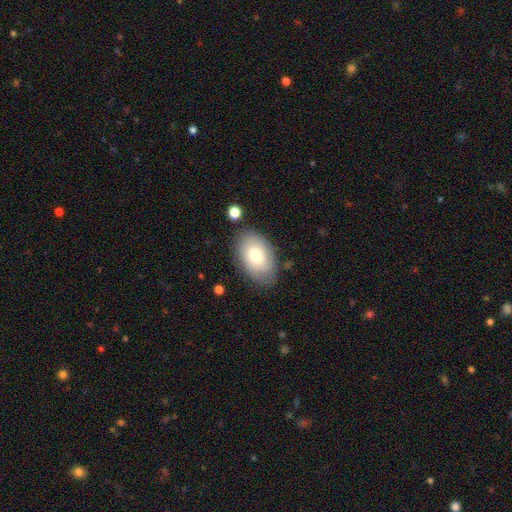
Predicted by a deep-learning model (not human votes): Overall: smooth (67%). How rounded: in between (90%). Merging: none (77%).